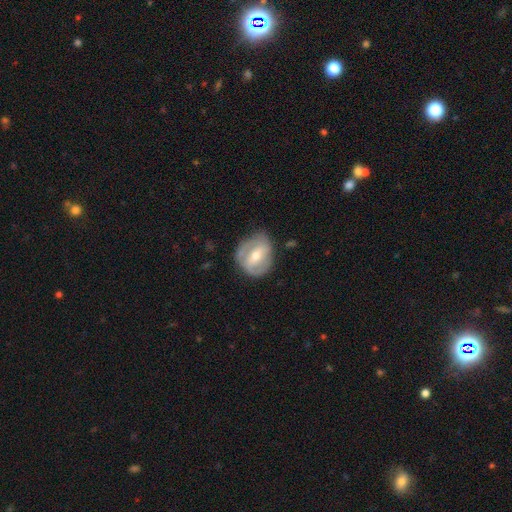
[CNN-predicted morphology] Q: Smooth or featured?
A: featured or disk (68%); runner-up: smooth (26%)
Q: Edge-on disk?
A: no (96%); runner-up: yes (4%)
Q: Bar?
A: weak (43%); runner-up: strong (37%)
Q: Spiral arms?
A: yes (73%); runner-up: no (27%)
Q: Bulge size?
A: moderate (62%); runner-up: small (33%)
Q: Merging?
A: none (67%); runner-up: minor disturbance (23%)